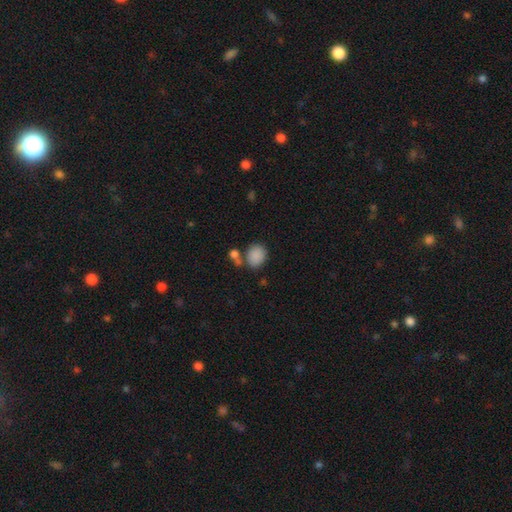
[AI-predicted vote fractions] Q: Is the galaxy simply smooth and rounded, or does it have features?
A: smooth — 86%.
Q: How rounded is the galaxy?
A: round — 51%.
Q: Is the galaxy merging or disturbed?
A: none — 63%.